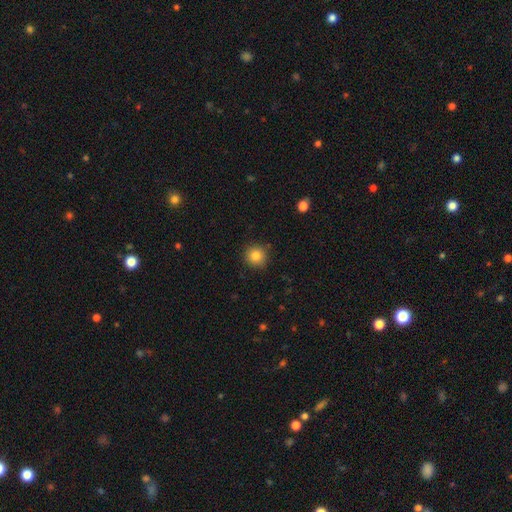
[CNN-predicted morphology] type=smooth (84%); roundness=round (94%); merging=none (88%).